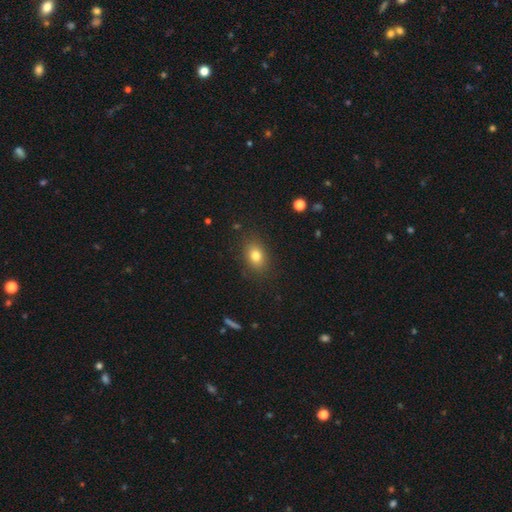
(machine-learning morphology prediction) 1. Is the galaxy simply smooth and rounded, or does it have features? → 80% smooth, 11% star or artifact, 10% featured or disk.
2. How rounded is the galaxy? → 71% in between, 27% round, 1% cigar-shaped.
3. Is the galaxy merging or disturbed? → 85% none, 11% minor disturbance, 3% major disturbance, 1% merger.